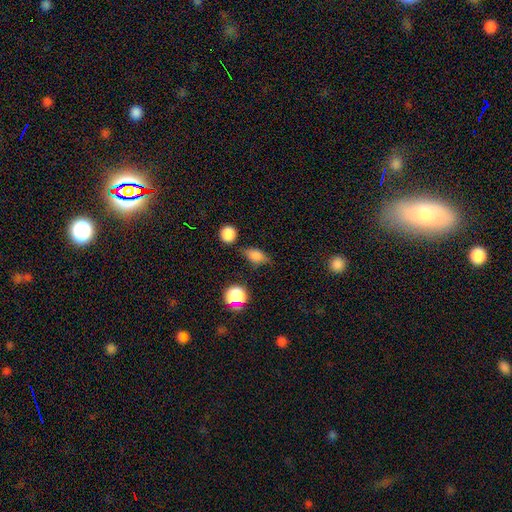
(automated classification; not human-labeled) Smooth or featured?
  - smooth: 75% *
  - star or artifact: 13%
  - featured or disk: 12%
How rounded?
  - in between: 71% *
  - round: 21%
  - cigar-shaped: 8%
Merging?
  - none: 67% *
  - minor disturbance: 22%
  - major disturbance: 6%
  - merger: 5%